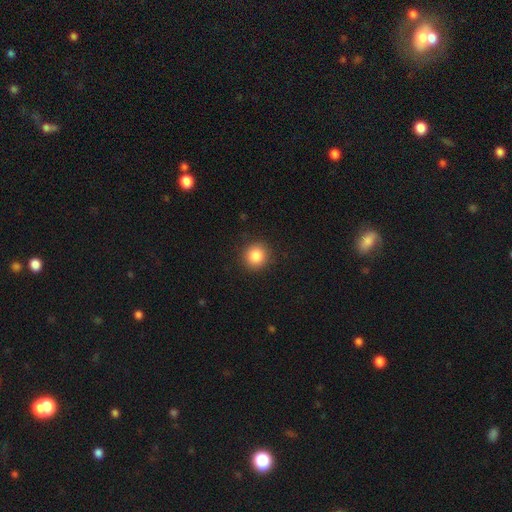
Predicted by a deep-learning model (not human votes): smooth 85%, star or artifact 10%, featured or disk 5%. Down the decision tree: how rounded — round (90%); merging — none (90%).